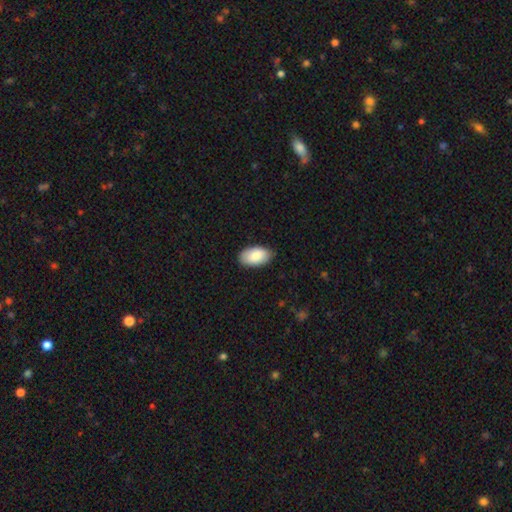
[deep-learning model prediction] The model was most divided on "merging": none: 86%, minor disturbance: 11%, major disturbance: 2%, merger: 1%. More confident: how rounded — in between (95%); smooth or featured — smooth (87%).